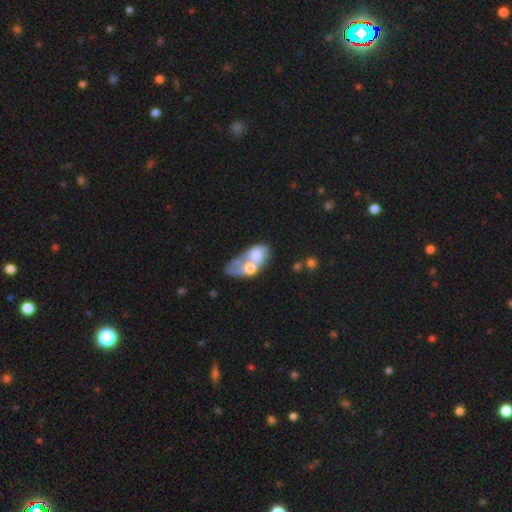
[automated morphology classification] A smooth galaxy with no disk features (50%) that is in between round and cigar-shaped (80%). Merging: merger (76%).